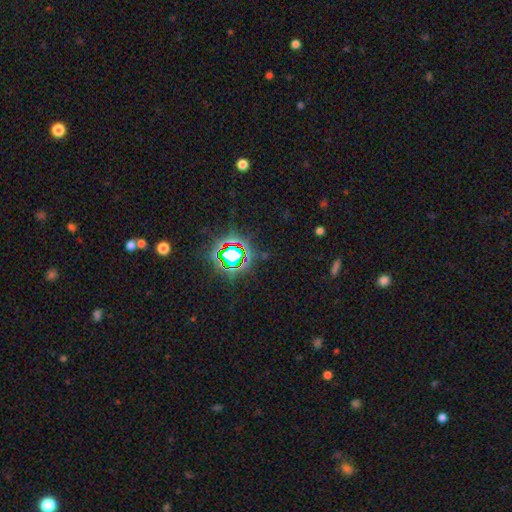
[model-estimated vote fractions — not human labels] Smooth or featured? star or artifact (81%)